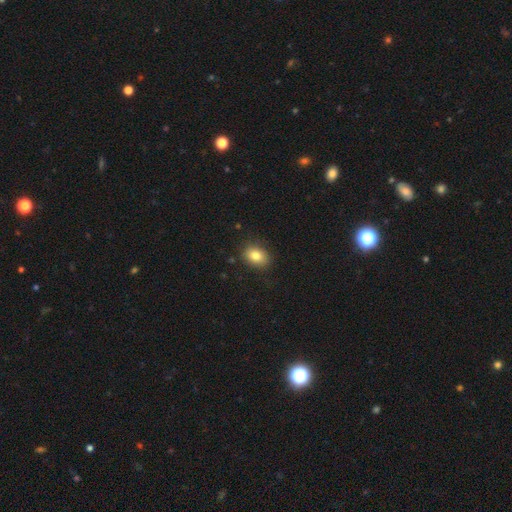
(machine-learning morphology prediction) The model was most divided on "how rounded": in between: 66%, round: 32%, cigar-shaped: 1%. More confident: merging — none (84%); smooth or featured — smooth (82%).